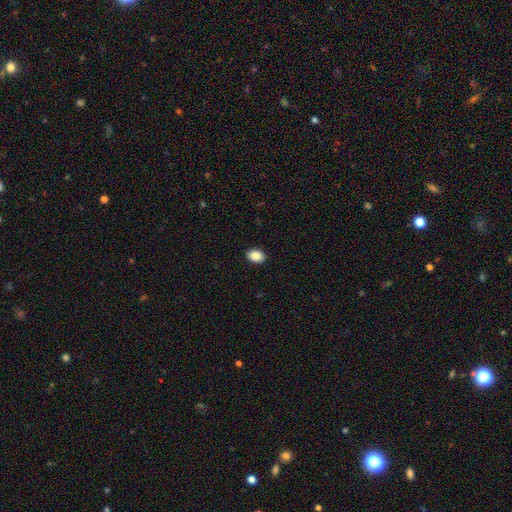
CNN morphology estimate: The model was most divided on "how rounded": in between: 74%, round: 25%, cigar-shaped: 1%. More confident: merging — none (91%); smooth or featured — smooth (88%).